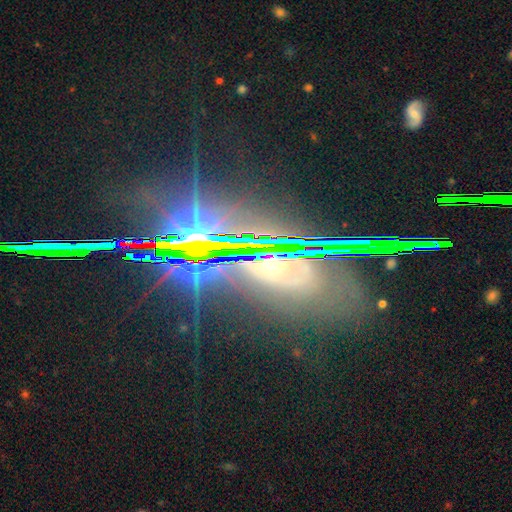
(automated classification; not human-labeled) A star or artifact, not a galaxy (51%).

Vote fractions:
- Smooth or featured? star or artifact: 51% / featured or disk: 37% / smooth: 12%